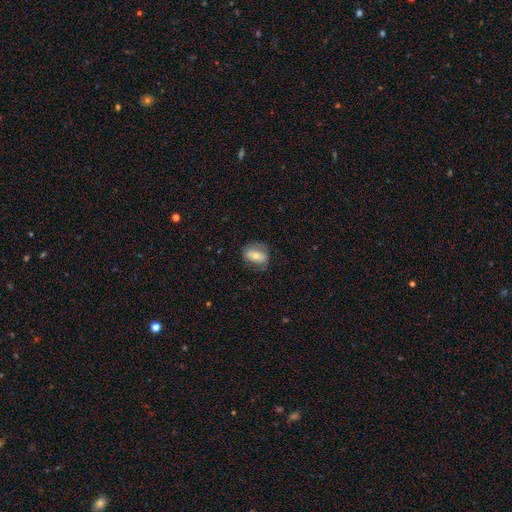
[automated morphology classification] Smooth or featured? Predicted: smooth (p=0.63). How rounded? Predicted: in between (p=0.80). Merging? Predicted: none (p=0.75).